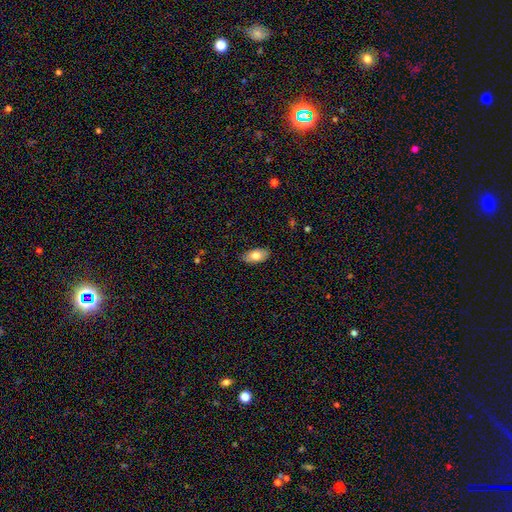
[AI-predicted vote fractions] Smooth or featured? Predicted: smooth (p=0.75). How rounded? Predicted: in between (p=0.92). Merging? Predicted: none (p=0.84).